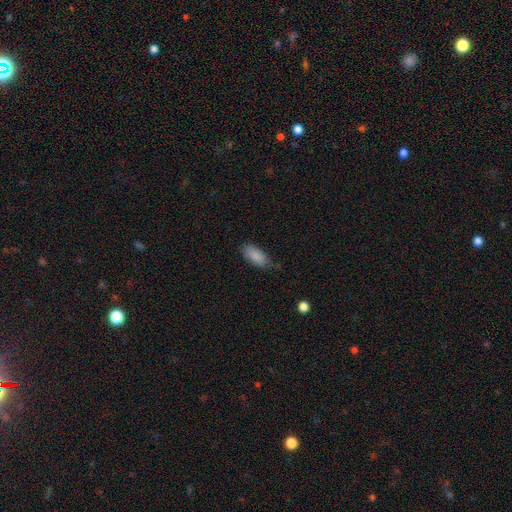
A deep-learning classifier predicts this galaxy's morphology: smooth_or_featured: smooth (p=0.88) [alt: star or artifact p=0.07]
how_rounded: in between (p=0.86) [alt: cigar-shaped p=0.13]
merging: none (p=0.73) [alt: minor disturbance p=0.21]